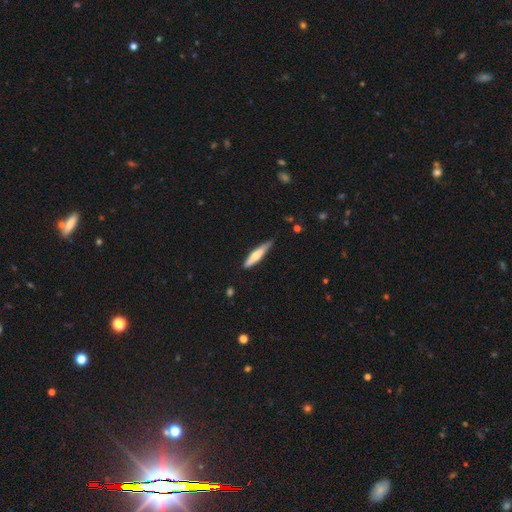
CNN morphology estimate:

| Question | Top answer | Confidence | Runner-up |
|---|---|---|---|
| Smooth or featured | smooth | 59% | featured or disk (36%) |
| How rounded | cigar-shaped | 85% | in between (13%) |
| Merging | none | 76% | minor disturbance (20%) |